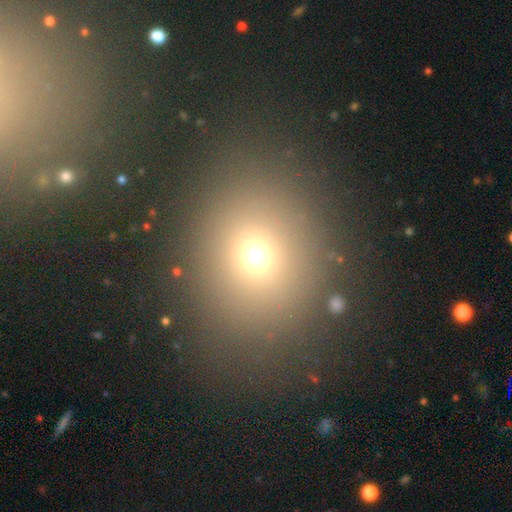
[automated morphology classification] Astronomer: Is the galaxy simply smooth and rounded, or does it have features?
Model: smooth — 66%.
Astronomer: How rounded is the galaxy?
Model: round — 72%.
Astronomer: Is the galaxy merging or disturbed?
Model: none — 81%.